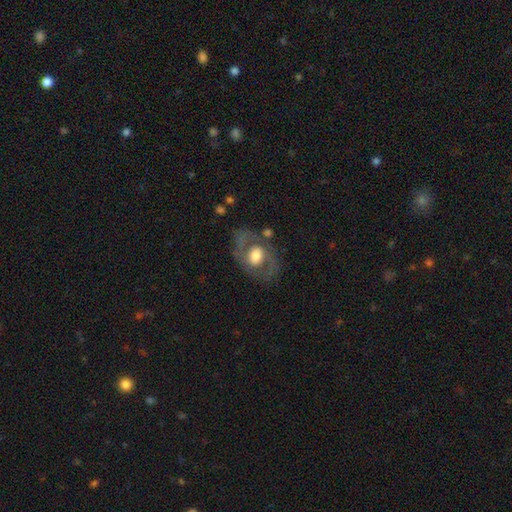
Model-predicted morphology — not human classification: smooth_or_featured: featured or disk (p=0.64) [alt: smooth p=0.29]
disk_edge_on: no (p=0.95) [alt: yes p=0.05]
bar: no (p=0.61) [alt: weak p=0.29]
has_spiral_arms: yes (p=0.62) [alt: no p=0.38]
bulge_size: moderate (p=0.52) [alt: large p=0.36]
merging: none (p=0.66) [alt: minor disturbance p=0.18]